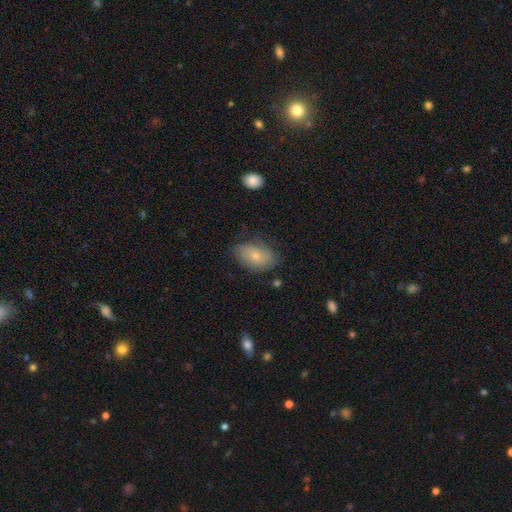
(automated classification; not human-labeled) This is likely a smooth galaxy (65%). How rounded: clearly in between (88%). Merging: likely none (67%).